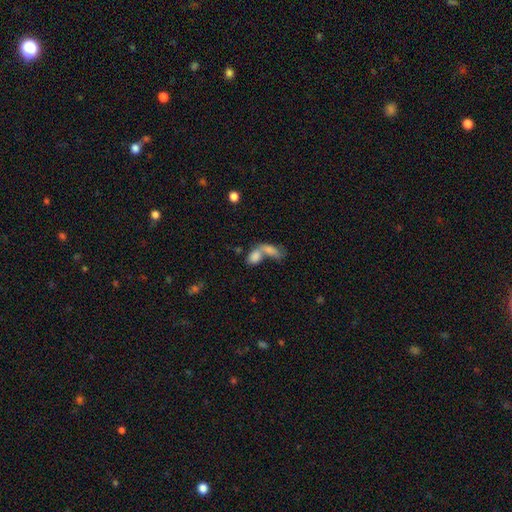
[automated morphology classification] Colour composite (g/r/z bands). It shows a smooth galaxy with no disk features (78%) that is in between round and cigar-shaped (85%). Merging: merger (73%).